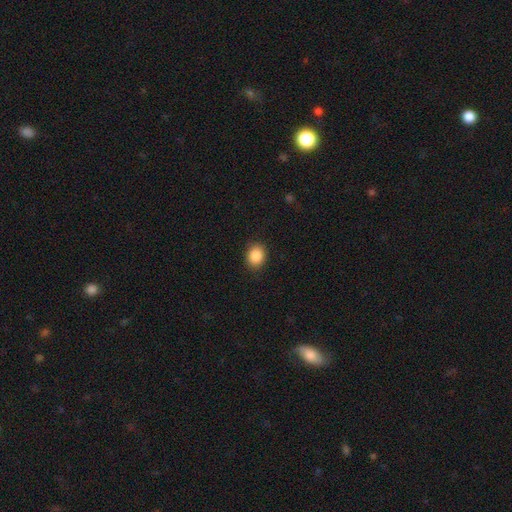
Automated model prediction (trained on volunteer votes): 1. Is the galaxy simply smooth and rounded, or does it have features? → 89% smooth, 8% star or artifact, 3% featured or disk.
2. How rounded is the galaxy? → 52% round, 47% in between, 1% cigar-shaped.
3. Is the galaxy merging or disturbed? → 89% none, 8% minor disturbance, 2% major disturbance, 1% merger.